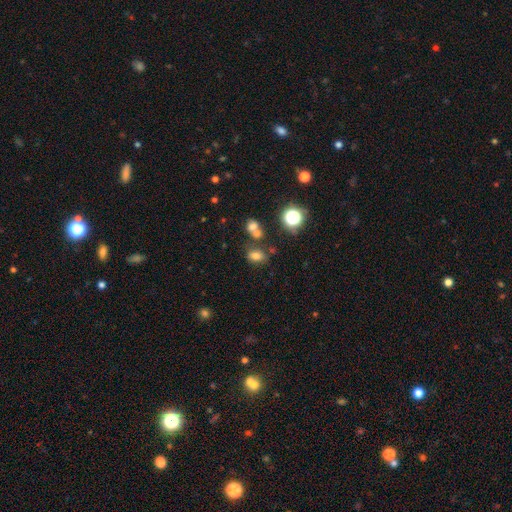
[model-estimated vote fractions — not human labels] This is likely a smooth galaxy (71%). How rounded: likely in between (69%). Merging: likely none (62%).